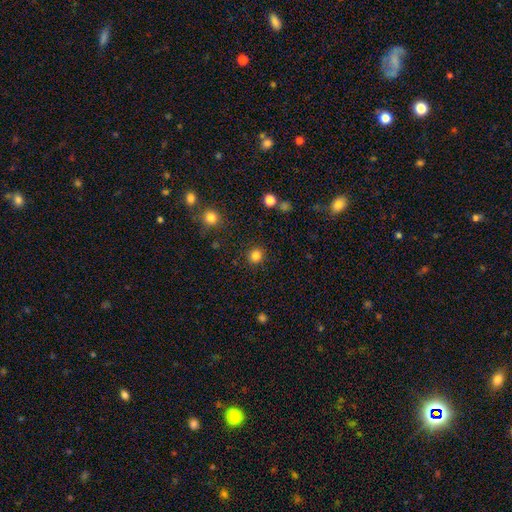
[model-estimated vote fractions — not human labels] Morphology: type=smooth (84%); roundness=round (88%); merging=none (90%).